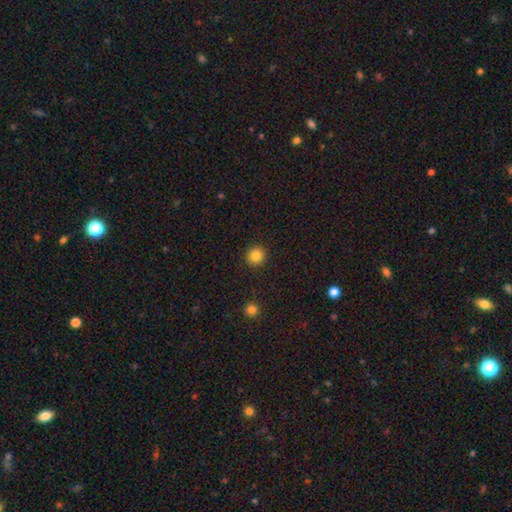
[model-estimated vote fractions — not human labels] smooth_or_featured: smooth (p=0.84) [alt: star or artifact p=0.11]
how_rounded: round (p=0.94) [alt: in between p=0.05]
merging: none (p=0.92) [alt: minor disturbance p=0.05]